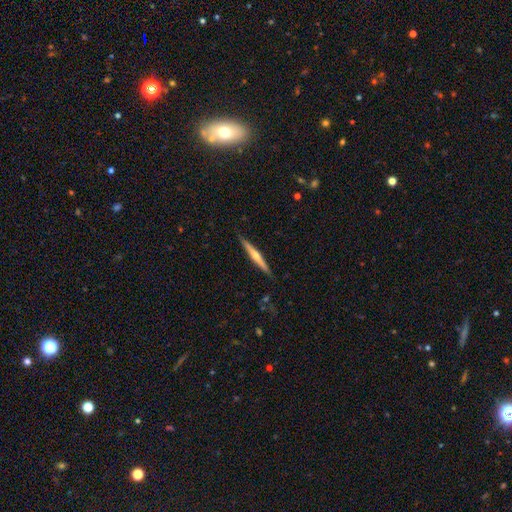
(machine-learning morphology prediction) Overall: featured or disk (65%; smooth 30%). Edge-on disk: yes (98%). Edge-on bulge: rounded (78%). Merging: none (89%).